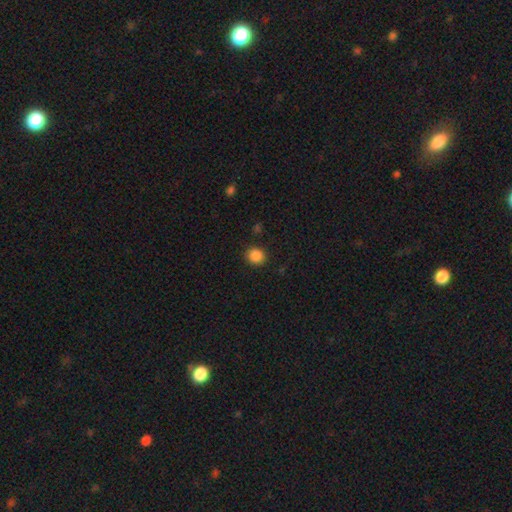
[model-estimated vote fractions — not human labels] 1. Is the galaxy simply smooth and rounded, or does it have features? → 87% smooth, 11% star or artifact, 3% featured or disk.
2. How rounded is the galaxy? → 85% round, 14% in between, 1% cigar-shaped.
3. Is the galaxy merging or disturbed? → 89% none, 7% minor disturbance, 2% major disturbance, 1% merger.